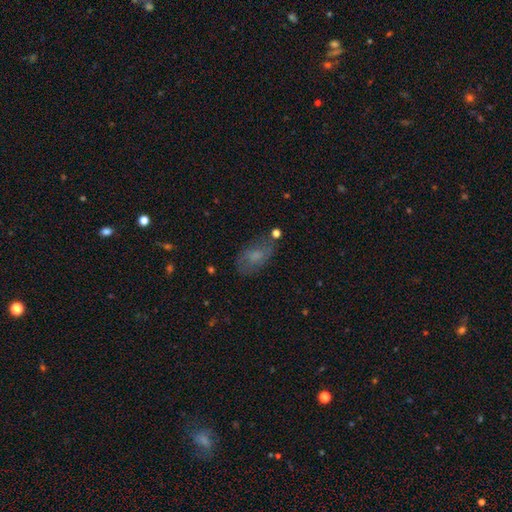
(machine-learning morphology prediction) type=smooth (58%); roundness=in between (89%); merging=none (65%).